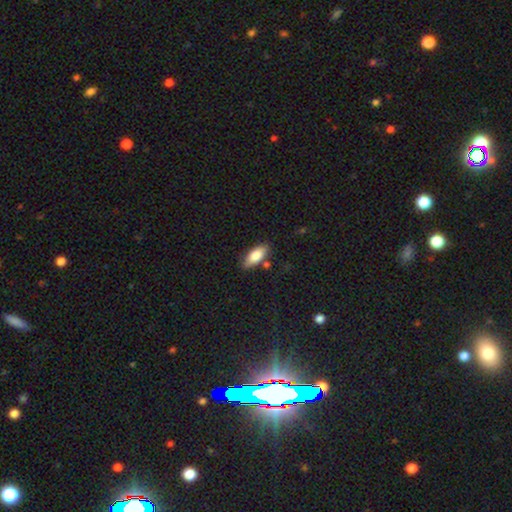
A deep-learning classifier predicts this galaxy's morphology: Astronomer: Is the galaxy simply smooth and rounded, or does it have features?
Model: smooth — 78%.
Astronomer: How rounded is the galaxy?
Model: in between — 81%.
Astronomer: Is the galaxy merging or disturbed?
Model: none — 79%.